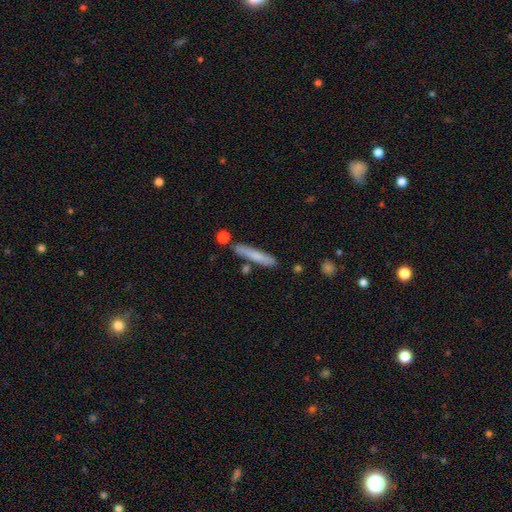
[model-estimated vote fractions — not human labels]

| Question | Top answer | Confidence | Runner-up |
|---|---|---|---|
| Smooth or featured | smooth | 69% | featured or disk (25%) |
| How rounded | cigar-shaped | 92% | in between (6%) |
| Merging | none | 78% | minor disturbance (13%) |